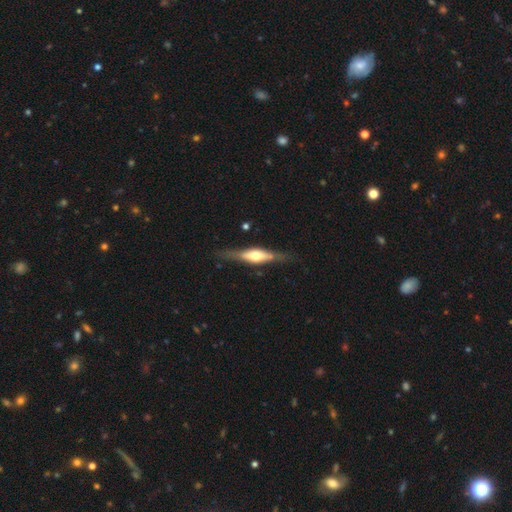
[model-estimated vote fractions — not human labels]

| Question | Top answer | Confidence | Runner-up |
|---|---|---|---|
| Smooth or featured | featured or disk | 69% | smooth (25%) |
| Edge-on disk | yes | 94% | no (6%) |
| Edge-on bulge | rounded | 83% | boxy (14%) |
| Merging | none | 81% | minor disturbance (14%) |